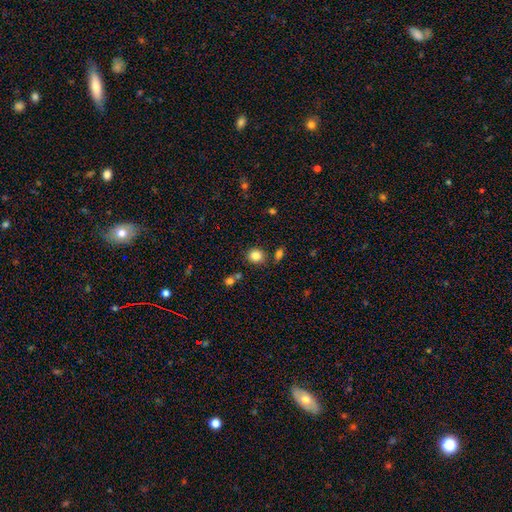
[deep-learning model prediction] Q: Smooth or featured?
A: smooth (84%); runner-up: star or artifact (10%)
Q: How rounded?
A: round (78%); runner-up: in between (21%)
Q: Merging?
A: none (79%); runner-up: minor disturbance (11%)